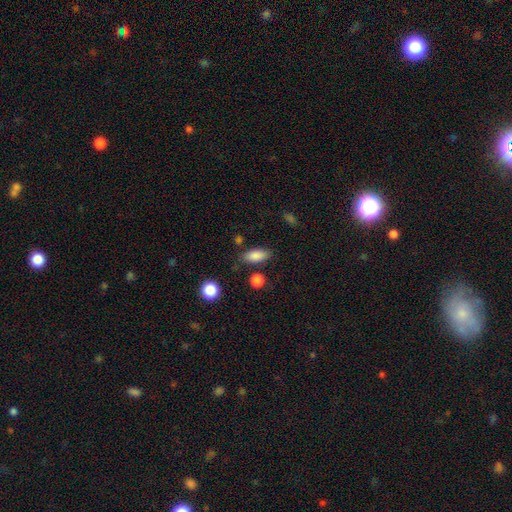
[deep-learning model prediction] smooth 86%, star or artifact 8%, featured or disk 6%. Down the decision tree: how rounded — in between (84%); merging — none (80%).